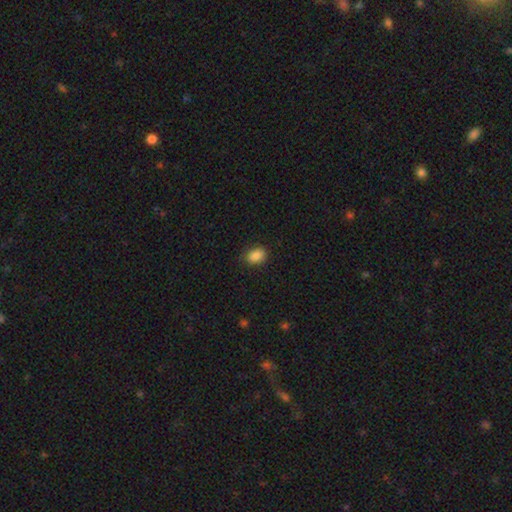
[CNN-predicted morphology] Smooth or featured: smooth — 88% (star or artifact — 9%)
How rounded: in between — 78% (round — 21%)
Merging: none — 82% (minor disturbance — 14%)